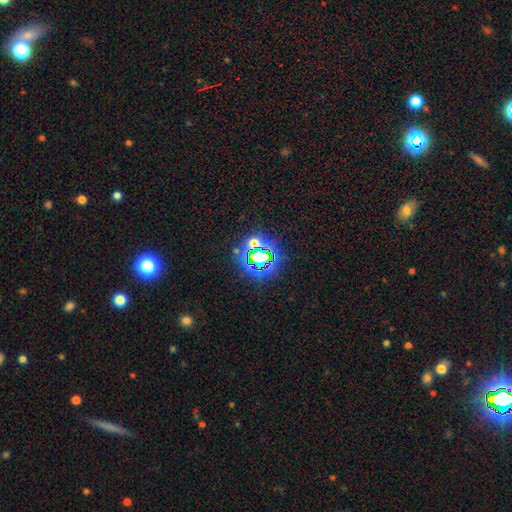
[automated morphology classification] type=star or artifact (76%).